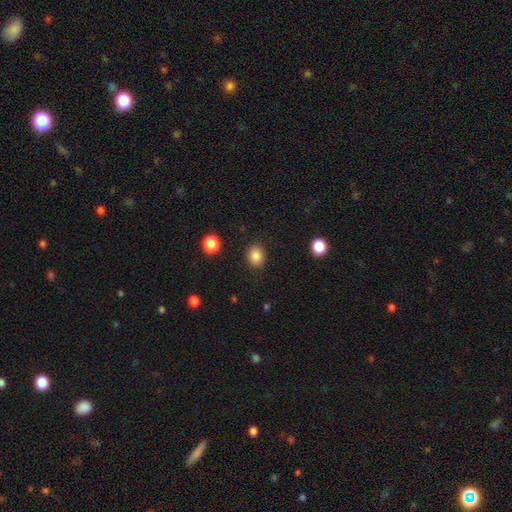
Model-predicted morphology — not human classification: Smooth or featured?
  - smooth: 86% *
  - star or artifact: 10%
  - featured or disk: 4%
How rounded?
  - round: 57% *
  - in between: 42%
  - cigar-shaped: 1%
Merging?
  - none: 88% *
  - minor disturbance: 8%
  - major disturbance: 3%
  - merger: 1%